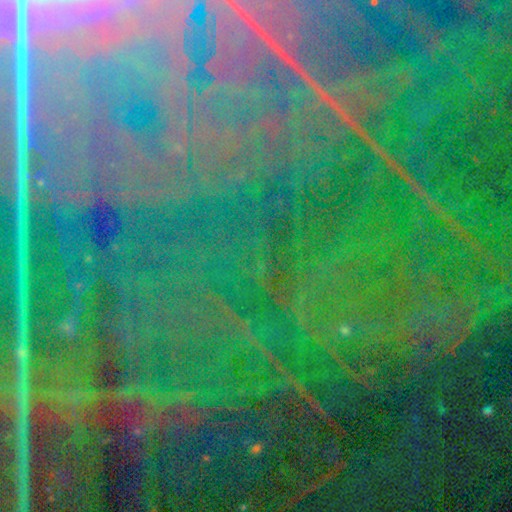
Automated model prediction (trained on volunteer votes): This is clearly a star or artifact rather than a galaxy (87%).